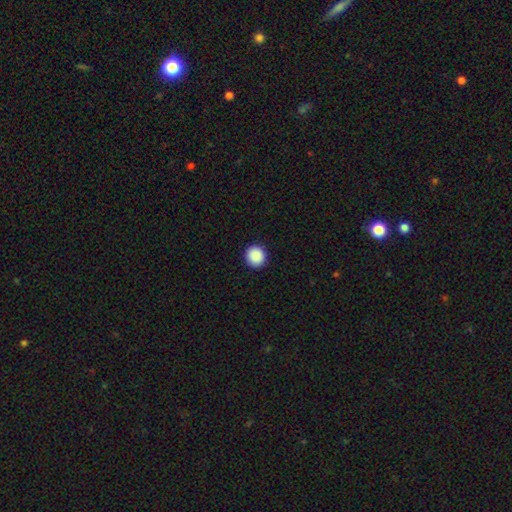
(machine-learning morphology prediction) smooth_or_featured: smooth (p=0.90) [alt: star or artifact p=0.08]
how_rounded: round (p=0.92) [alt: in between p=0.07]
merging: none (p=0.93) [alt: minor disturbance p=0.05]